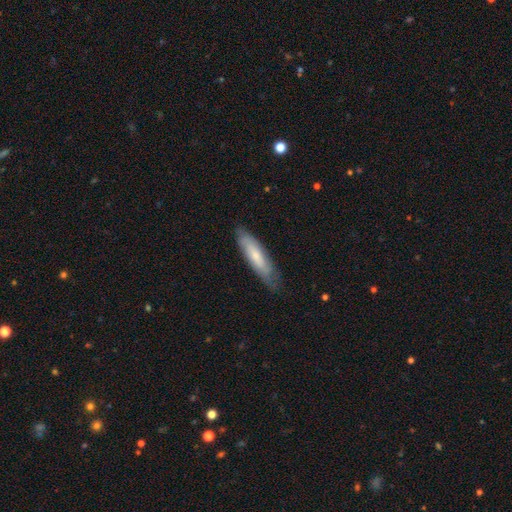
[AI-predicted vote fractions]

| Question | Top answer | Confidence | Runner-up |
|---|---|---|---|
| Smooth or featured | smooth | 62% | featured or disk (32%) |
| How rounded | cigar-shaped | 69% | in between (30%) |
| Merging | none | 75% | minor disturbance (20%) |